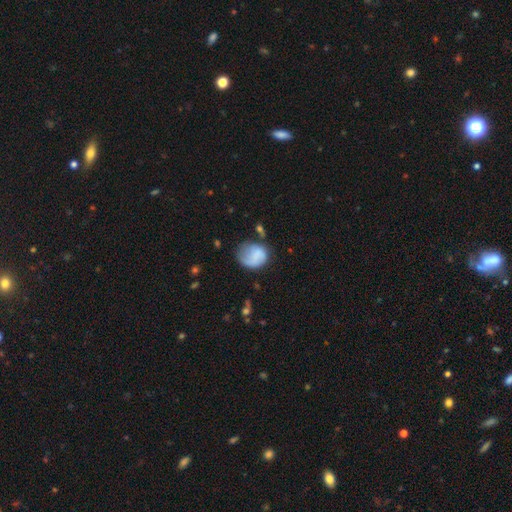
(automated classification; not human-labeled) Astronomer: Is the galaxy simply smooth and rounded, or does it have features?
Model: smooth — 69%.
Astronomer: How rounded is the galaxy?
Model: round — 64%.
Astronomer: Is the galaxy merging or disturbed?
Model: none — 40% (runner-up: minor disturbance, 31%).